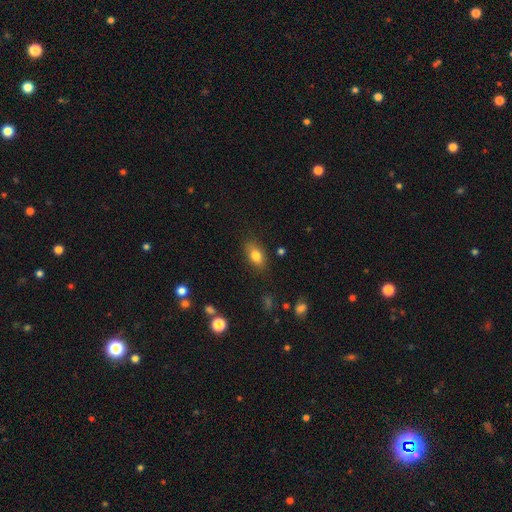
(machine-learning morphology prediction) This appears to be a smooth galaxy with no disk features (81%) that is in between round and cigar-shaped (85%). Merging: none (82%).